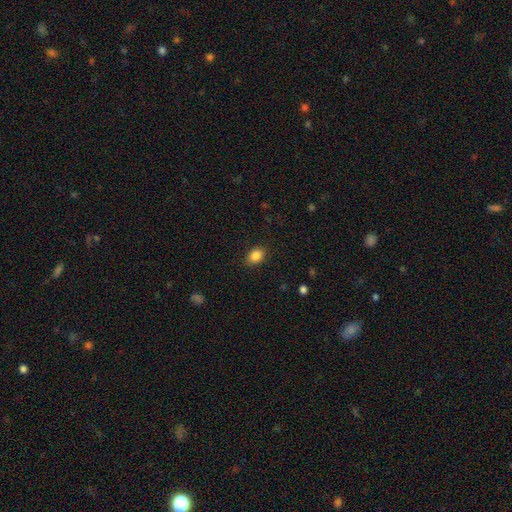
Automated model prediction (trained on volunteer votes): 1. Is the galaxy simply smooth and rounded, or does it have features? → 87% smooth, 9% star or artifact, 4% featured or disk.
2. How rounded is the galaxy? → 76% in between, 23% round, 1% cigar-shaped.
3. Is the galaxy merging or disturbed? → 87% none, 9% minor disturbance, 3% major disturbance, 1% merger.